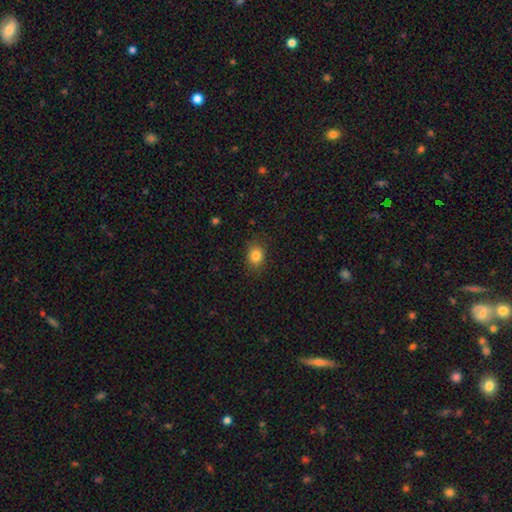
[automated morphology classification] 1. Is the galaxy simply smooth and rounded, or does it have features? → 83% smooth, 11% star or artifact, 6% featured or disk.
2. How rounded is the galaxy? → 50% round, 49% in between, 1% cigar-shaped.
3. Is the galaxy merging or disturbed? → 85% none, 11% minor disturbance, 3% major disturbance, 1% merger.